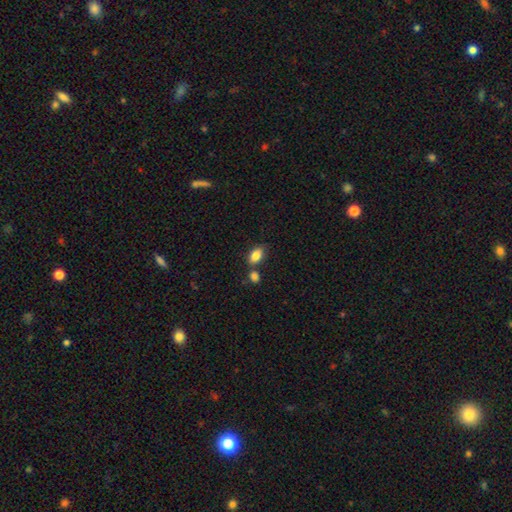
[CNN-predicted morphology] Smooth or featured? smooth (85%)
How rounded? in between (89%)
Merging? none (62%)